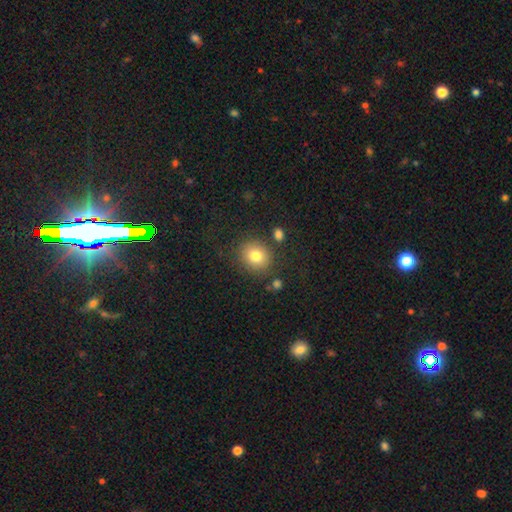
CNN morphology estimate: Overall: smooth (80%). How rounded: round (80%). Merging: none (82%).